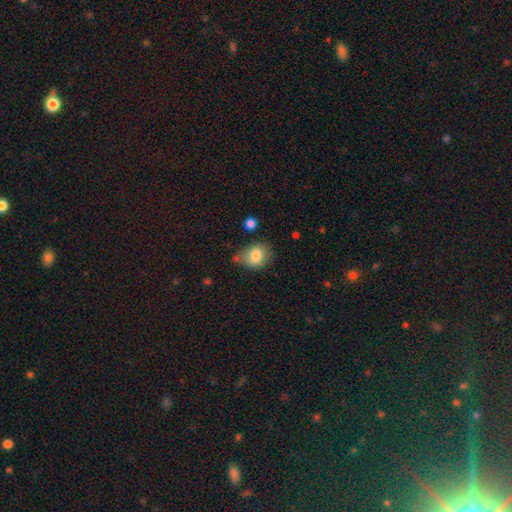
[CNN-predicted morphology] type=smooth (81%); roundness=round (52%); merging=none (61%).